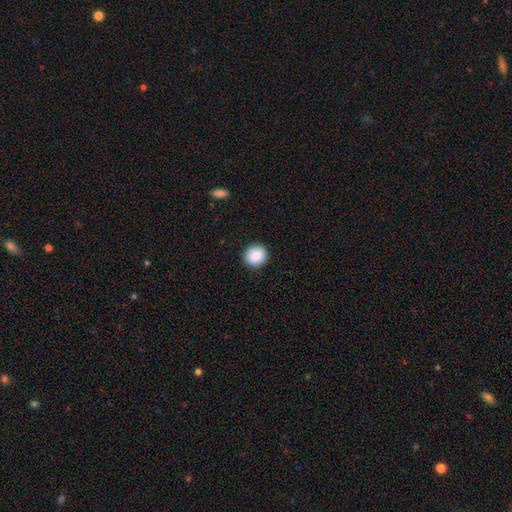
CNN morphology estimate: Q: Smooth or featured?
A: smooth (88%); runner-up: star or artifact (8%)
Q: How rounded?
A: round (92%); runner-up: in between (7%)
Q: Merging?
A: none (92%); runner-up: minor disturbance (5%)